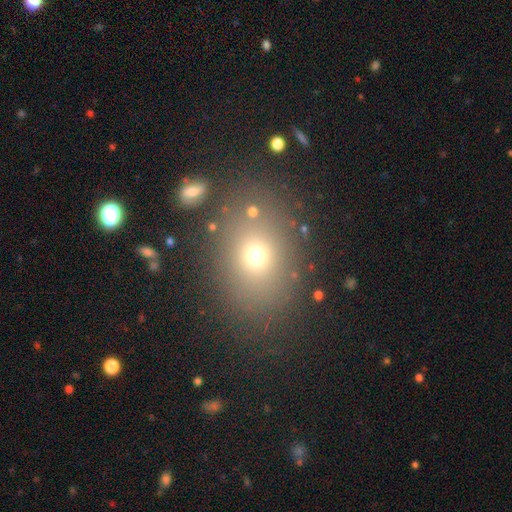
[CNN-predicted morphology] Smooth or featured? Predicted: smooth (p=0.69). How rounded? Predicted: in between (p=0.53). Merging? Predicted: none (p=0.80).